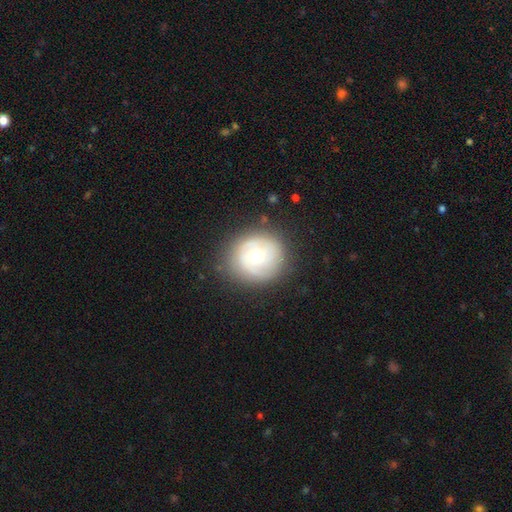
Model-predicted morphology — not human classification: This appears to be a featured or disk galaxy (55%) with no bar (70%), spiral arms (71%) and a moderate central bulge (63%). Merging: none (78%).